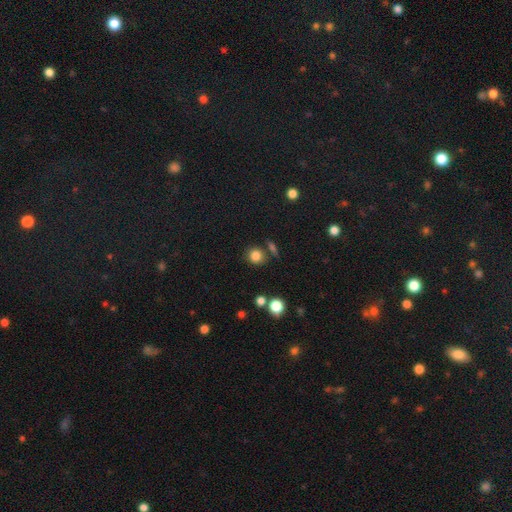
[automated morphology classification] Smooth or featured: smooth — 82% (star or artifact — 12%)
How rounded: round — 85% (in between — 14%)
Merging: none — 76% (minor disturbance — 11%)